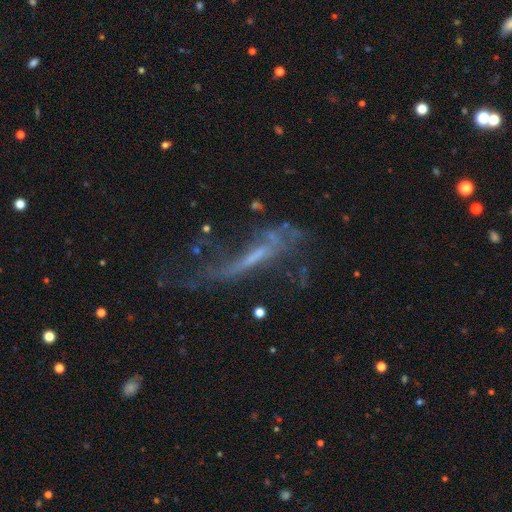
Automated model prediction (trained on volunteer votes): Morphology: type=featured or disk (66%); edge-on=no (66%); merging=major disturbance (41%).